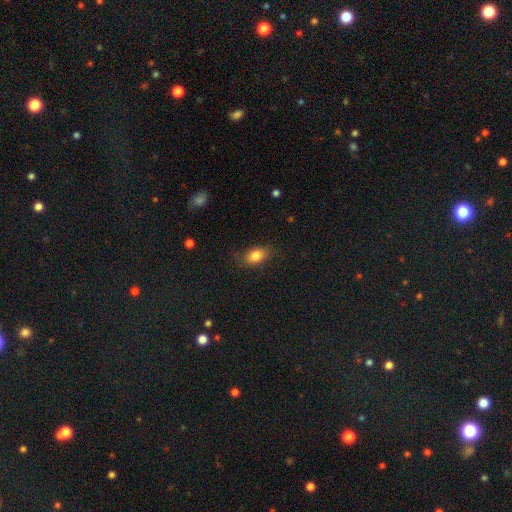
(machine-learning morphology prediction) smooth_or_featured: smooth (p=0.83) [alt: star or artifact p=0.08]
how_rounded: in between (p=0.82) [alt: round p=0.15]
merging: none (p=0.78) [alt: minor disturbance p=0.17]